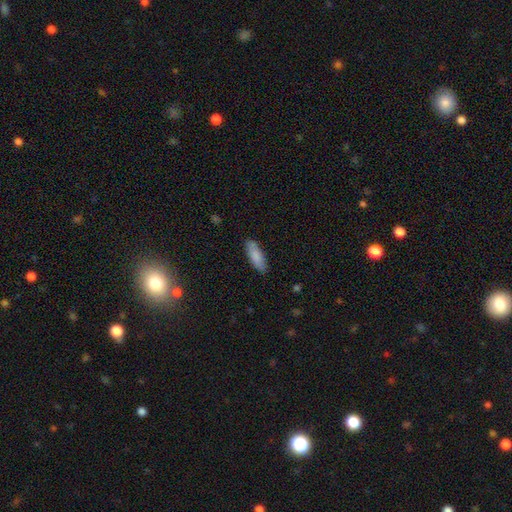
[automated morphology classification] This is clearly a smooth galaxy (85%). How rounded: likely in between (65%). Merging: clearly none (82%).